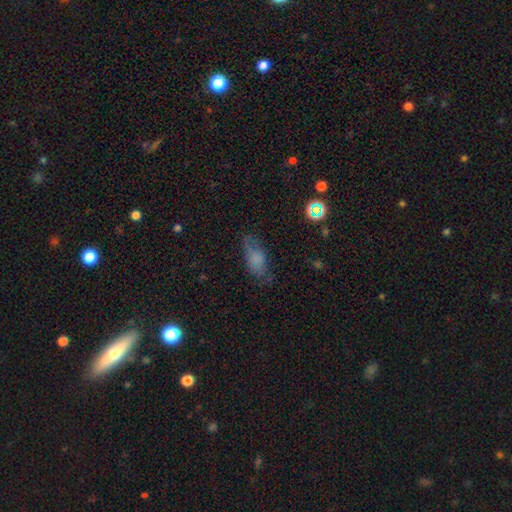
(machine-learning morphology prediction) smooth-or-featured: smooth: 64% | featured or disk: 21% | star or artifact: 15%
  how-rounded: in between: 82% | cigar-shaped: 12% | round: 6%
  merging: none: 61% | minor disturbance: 25% | major disturbance: 12% | merger: 2%